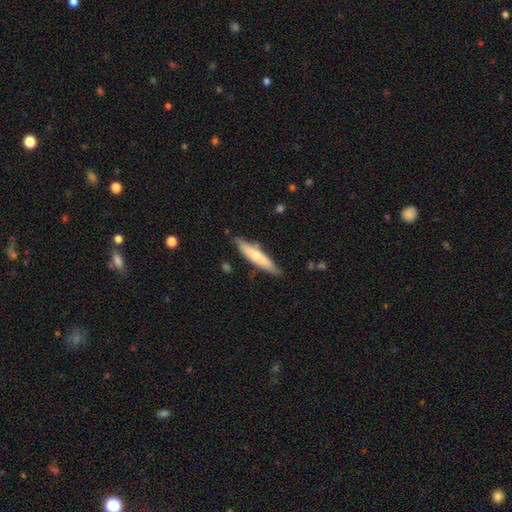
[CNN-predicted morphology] This is possibly a smooth galaxy (58%). How rounded: clearly cigar-shaped (84%). Merging: likely none (79%).